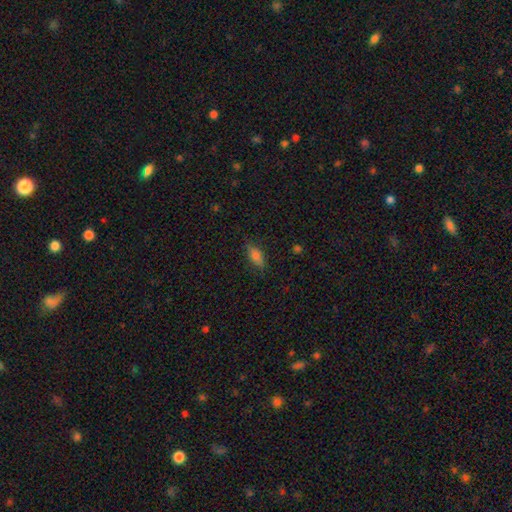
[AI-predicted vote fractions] Q: Smooth or featured?
A: smooth (81%); runner-up: featured or disk (10%)
Q: How rounded?
A: in between (80%); runner-up: cigar-shaped (18%)
Q: Merging?
A: none (79%); runner-up: minor disturbance (16%)